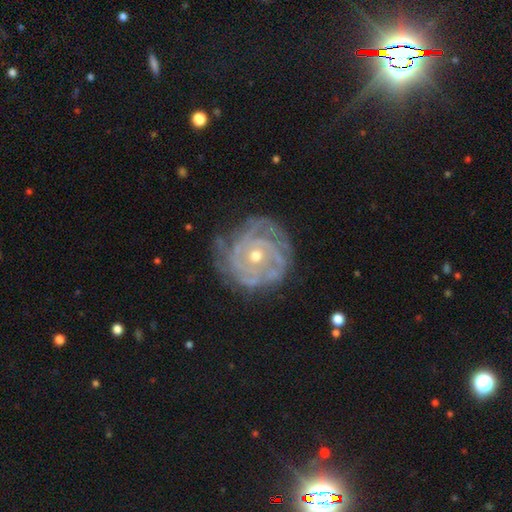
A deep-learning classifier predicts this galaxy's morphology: Overall: featured or disk (88%). Edge-on disk: no (97%). Bar: no (80%). Spiral arms: yes (95%). Spiral arm count: can't tell (32%; 3 22%). Spiral winding: tight (80%). Bulge size: moderate (51%; small 46%). Merging: none (72%).